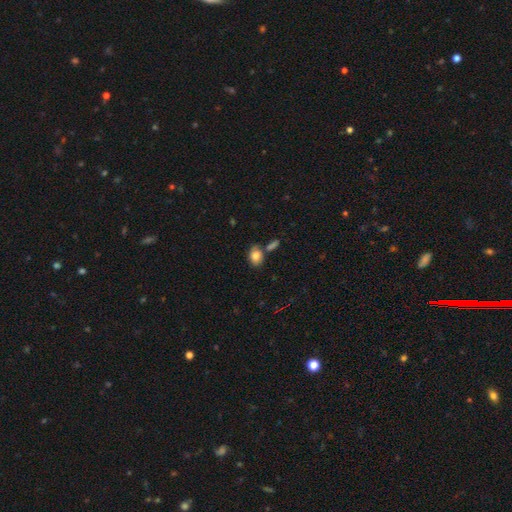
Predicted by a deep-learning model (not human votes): Smooth or featured? Predicted: smooth (p=0.83). How rounded? Predicted: in between (p=0.71). Merging? Predicted: none (p=0.60).